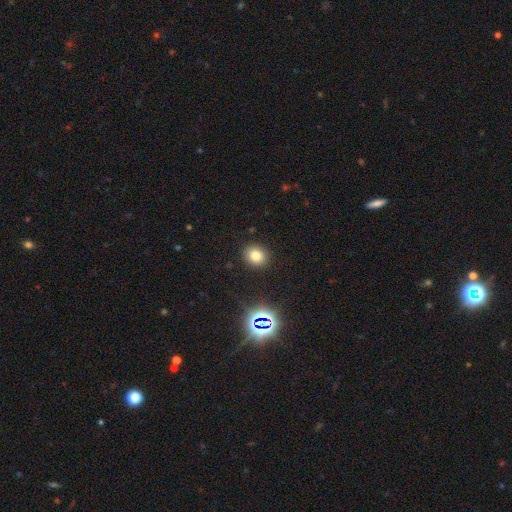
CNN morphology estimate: Overall: smooth (76%). How rounded: round (74%). Merging: none (89%).